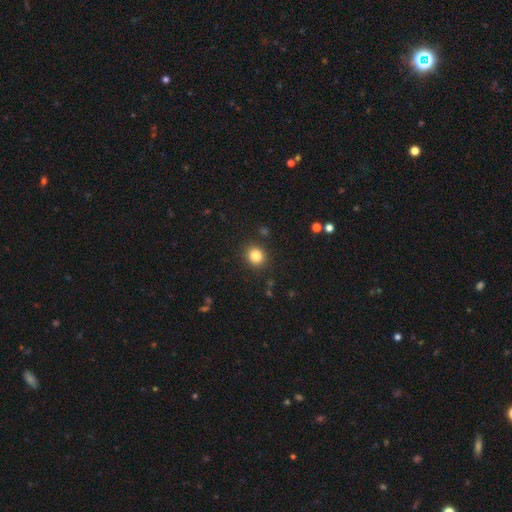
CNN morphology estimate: Q: Smooth or featured?
A: smooth (84%); runner-up: star or artifact (11%)
Q: How rounded?
A: round (82%); runner-up: in between (17%)
Q: Merging?
A: none (89%); runner-up: minor disturbance (7%)